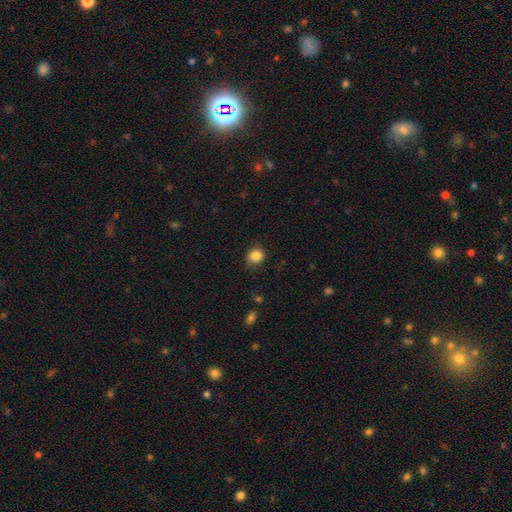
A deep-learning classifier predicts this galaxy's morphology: smooth 85%, star or artifact 10%, featured or disk 4%. Down the decision tree: how rounded — round (80%); merging — none (75%).